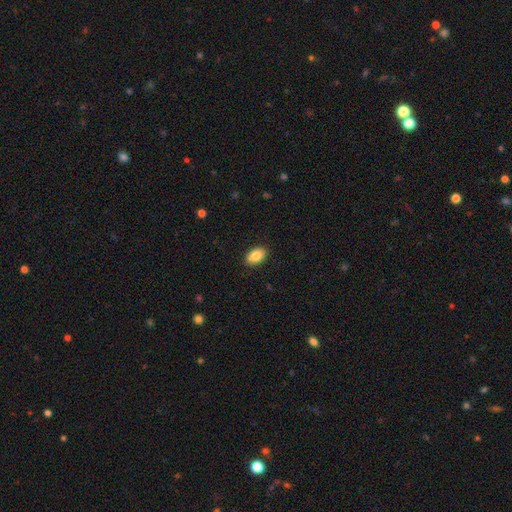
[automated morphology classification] Smooth or featured? Predicted: smooth (p=0.86). How rounded? Predicted: in between (p=0.89). Merging? Predicted: none (p=0.89).